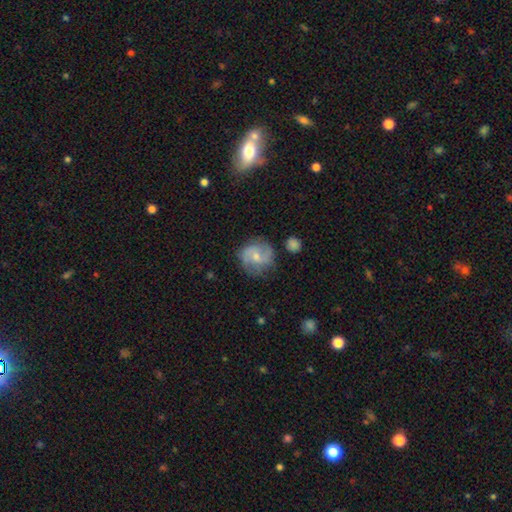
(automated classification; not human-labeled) Smooth or featured?
  - featured or disk: 59% *
  - smooth: 34%
  - star or artifact: 7%
Edge-on disk?
  - no: 97% *
  - yes: 3%
Bar?
  - no: 53% *
  - weak: 38%
  - strong: 9%
Spiral arms?
  - yes: 87% *
  - no: 13%
Bulge size?
  - small: 55% *
  - moderate: 40%
  - none: 3%
  - large: 2%
  - dominant: 1%
Merging?
  - none: 72% *
  - minor disturbance: 19%
  - major disturbance: 7%
  - merger: 3%